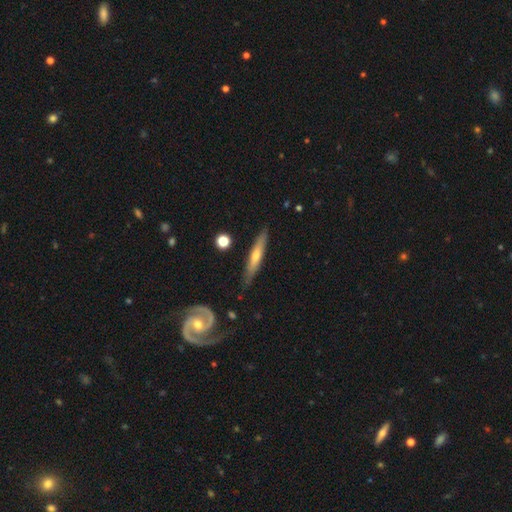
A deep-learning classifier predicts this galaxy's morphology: Overall: featured or disk (53%; smooth 41%). Edge-on disk: yes (87%). Merging: none (84%).